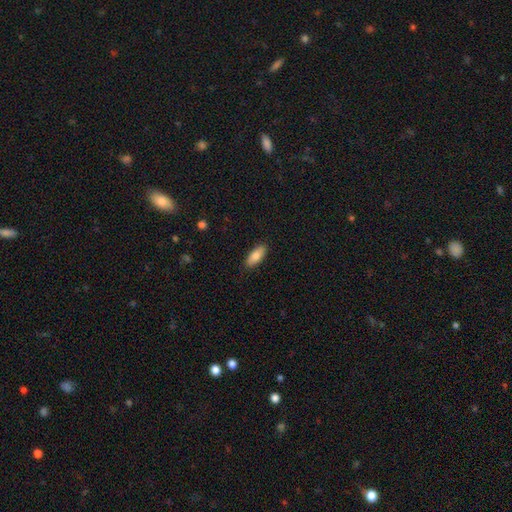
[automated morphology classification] Smooth or featured?
  - smooth: 81% *
  - featured or disk: 12%
  - star or artifact: 6%
How rounded?
  - in between: 79% *
  - cigar-shaped: 19%
  - round: 2%
Merging?
  - none: 88% *
  - minor disturbance: 9%
  - major disturbance: 2%
  - merger: 1%